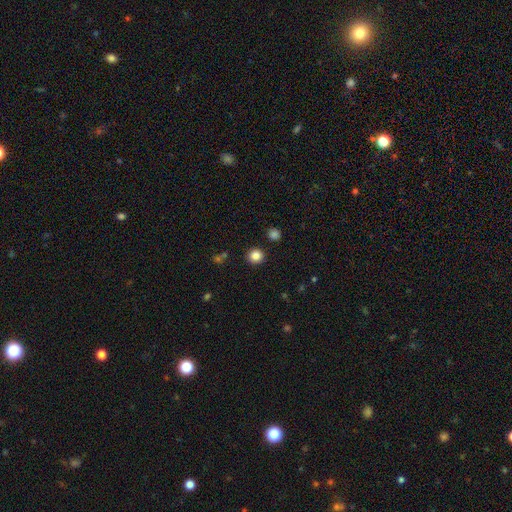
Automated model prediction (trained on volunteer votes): smooth_or_featured: smooth (p=0.85) [alt: star or artifact p=0.11]
how_rounded: round (p=0.92) [alt: in between p=0.07]
merging: none (p=0.91) [alt: minor disturbance p=0.05]